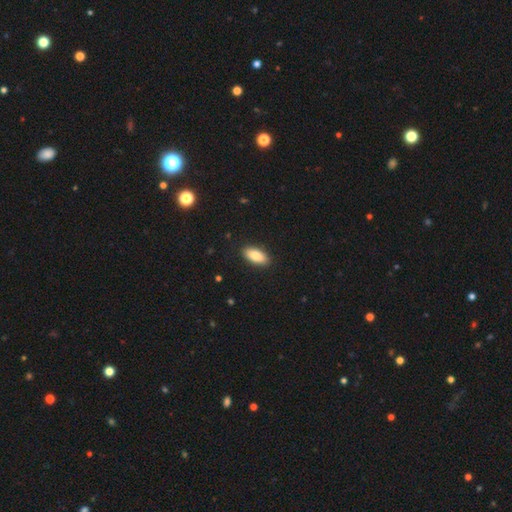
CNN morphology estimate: type=smooth (85%); roundness=in between (89%); merging=none (90%).